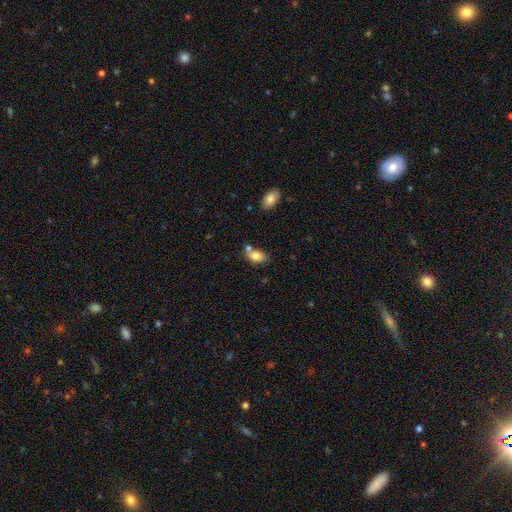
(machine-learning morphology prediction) smooth 80%, featured or disk 11%, star or artifact 8%. Down the decision tree: how rounded — in between (84%); merging — none (50%).